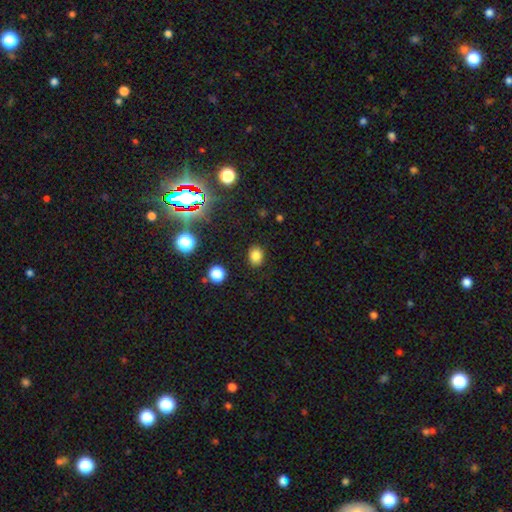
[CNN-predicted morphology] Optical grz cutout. It shows a smooth galaxy with no disk features (81%) that is in between round and cigar-shaped (57%). Merging: none (88%).